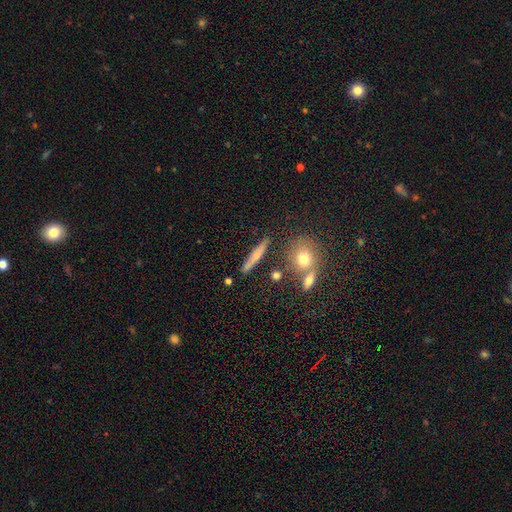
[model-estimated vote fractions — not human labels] Smooth or featured? smooth (50%)
How rounded? cigar-shaped (85%)
Merging? none (80%)